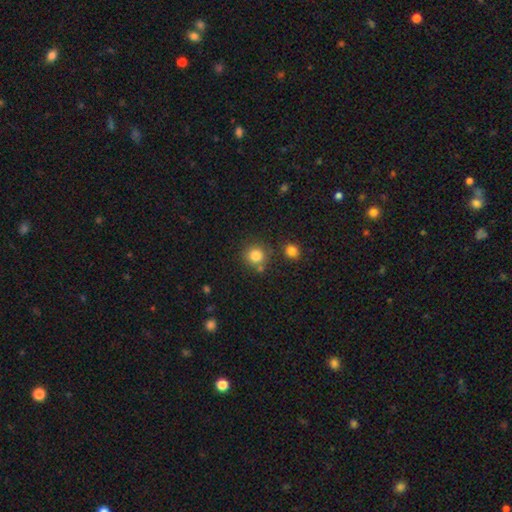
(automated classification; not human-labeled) smooth-or-featured: smooth: 82% | star or artifact: 11% | featured or disk: 6%
  how-rounded: round: 91% | in between: 8% | cigar-shaped: 1%
  merging: none: 75% | merger: 12% | minor disturbance: 10% | major disturbance: 3%